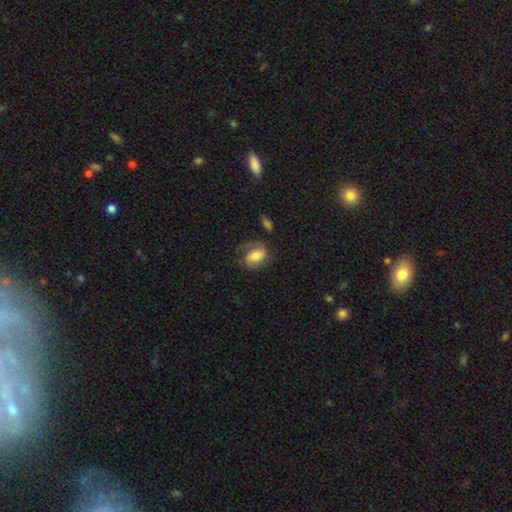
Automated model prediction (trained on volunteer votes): smooth-or-featured: smooth: 53% | featured or disk: 40% | star or artifact: 8%
  how-rounded: in between: 78% | round: 19% | cigar-shaped: 2%
  merging: none: 53% | minor disturbance: 24% | major disturbance: 20% | merger: 3%